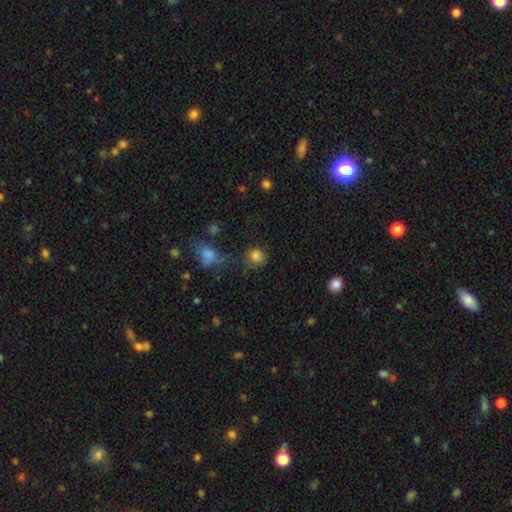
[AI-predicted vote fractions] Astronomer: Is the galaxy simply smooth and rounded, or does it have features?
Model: smooth — 80%.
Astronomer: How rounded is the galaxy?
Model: round — 78%.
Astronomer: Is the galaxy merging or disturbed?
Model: none — 60%.